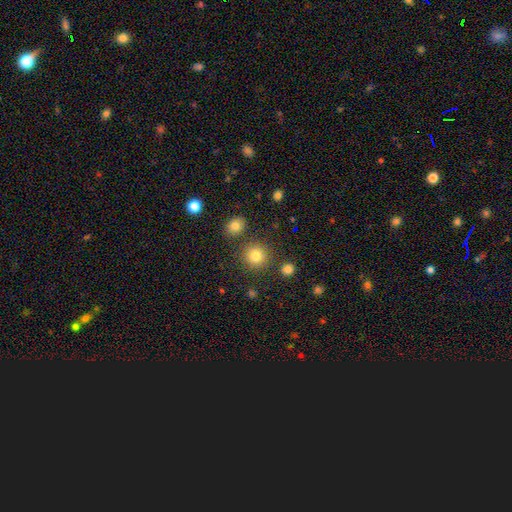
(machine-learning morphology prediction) A smooth galaxy with no disk features (81%) that is round (93%).

Vote fractions:
- Smooth or featured? smooth: 81% / star or artifact: 12% / featured or disk: 6%
- How rounded? round: 93% / in between: 6% / cigar-shaped: 1%
- Merging? none: 86% / minor disturbance: 6% / merger: 5% / major disturbance: 3%